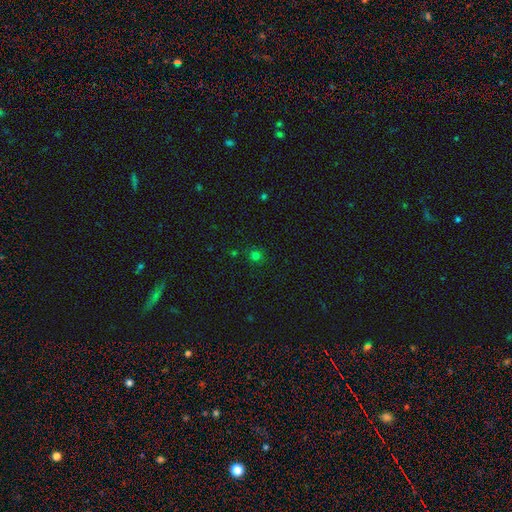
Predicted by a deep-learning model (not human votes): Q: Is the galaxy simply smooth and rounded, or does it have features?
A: smooth — 72%.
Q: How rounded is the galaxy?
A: round — 91%.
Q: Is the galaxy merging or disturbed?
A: none — 87%.